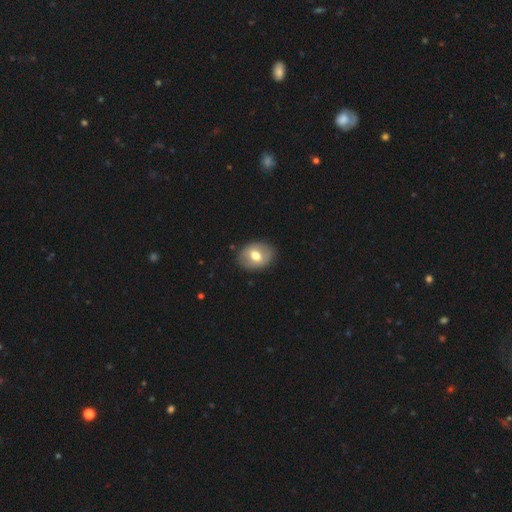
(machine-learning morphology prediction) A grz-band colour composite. It shows a smooth galaxy with no disk features (62%) that is in between round and cigar-shaped (63%). Merging: none (85%).